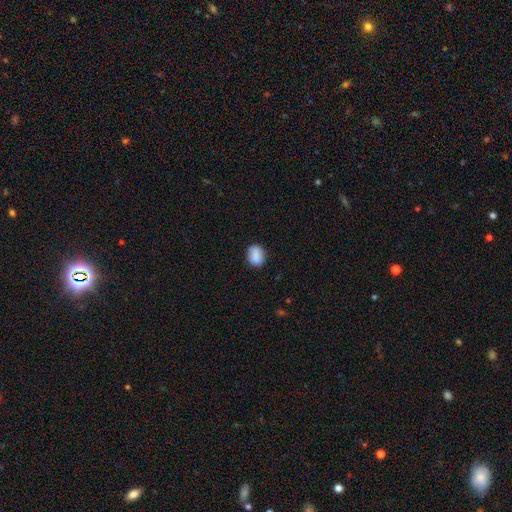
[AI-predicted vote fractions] This is clearly a smooth galaxy (84%). How rounded: possibly in between (53%). Merging: likely none (77%).